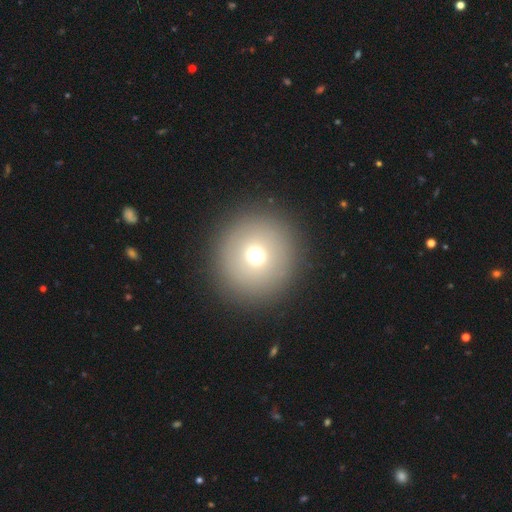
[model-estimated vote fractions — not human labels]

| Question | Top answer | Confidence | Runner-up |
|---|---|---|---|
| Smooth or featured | smooth | 67% | star or artifact (19%) |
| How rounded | round | 95% | in between (4%) |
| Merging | none | 90% | minor disturbance (5%) |